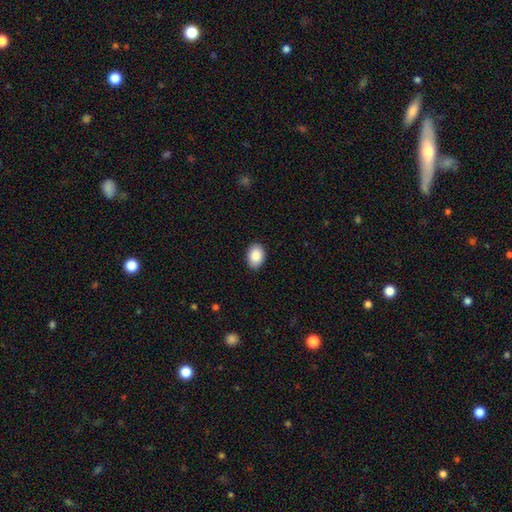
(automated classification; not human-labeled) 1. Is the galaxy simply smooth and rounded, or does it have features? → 89% smooth, 7% star or artifact, 4% featured or disk.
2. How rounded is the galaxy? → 78% in between, 21% round, 1% cigar-shaped.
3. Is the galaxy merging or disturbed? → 89% none, 8% minor disturbance, 2% major disturbance, 1% merger.